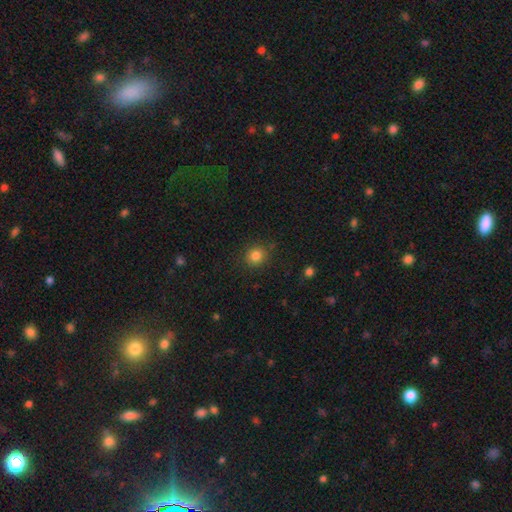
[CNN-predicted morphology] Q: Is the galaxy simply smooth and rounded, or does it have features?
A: smooth — 83%.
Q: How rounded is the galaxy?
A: round — 86%.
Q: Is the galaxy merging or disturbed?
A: none — 85%.